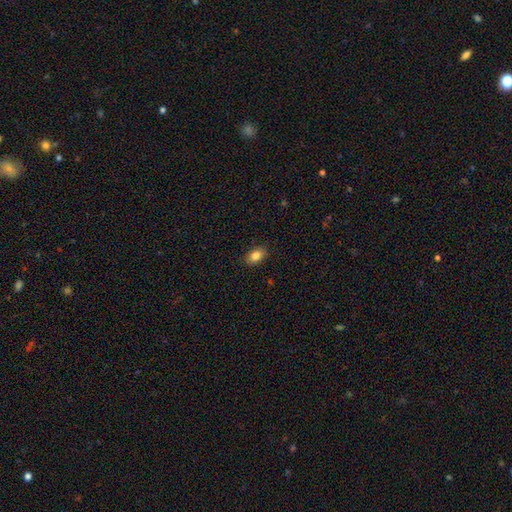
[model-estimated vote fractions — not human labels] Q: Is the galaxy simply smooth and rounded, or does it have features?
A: smooth — 84%.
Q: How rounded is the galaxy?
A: in between — 87%.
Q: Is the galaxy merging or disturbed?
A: none — 88%.